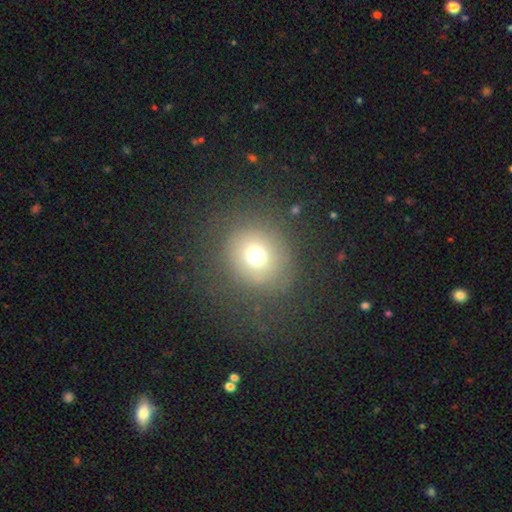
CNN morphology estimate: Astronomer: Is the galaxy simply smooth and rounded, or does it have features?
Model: smooth — 68%.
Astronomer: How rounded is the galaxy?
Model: round — 88%.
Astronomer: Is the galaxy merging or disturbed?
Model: none — 76%.